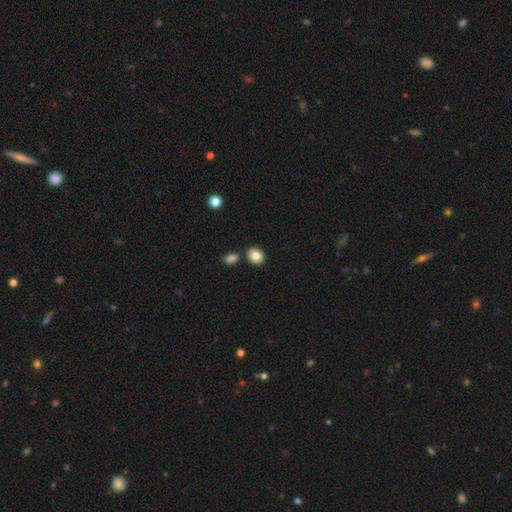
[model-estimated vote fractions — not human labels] Overall: smooth (84%). How rounded: round (55%; in between 44%). Merging: none (81%).